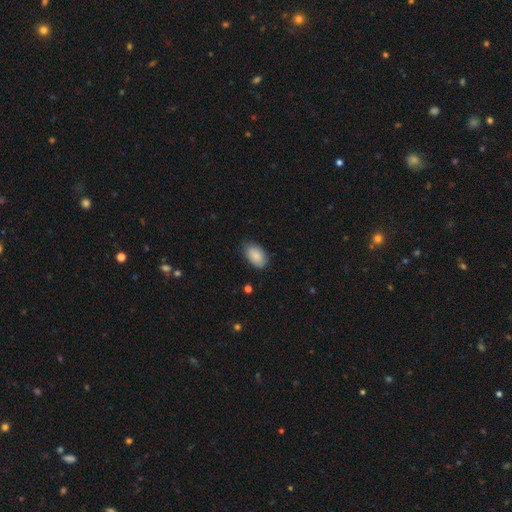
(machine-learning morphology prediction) Smooth or featured?
  - smooth: 87% *
  - featured or disk: 7%
  - star or artifact: 6%
How rounded?
  - in between: 92% *
  - round: 7%
  - cigar-shaped: 1%
Merging?
  - none: 78% *
  - minor disturbance: 18%
  - major disturbance: 3%
  - merger: 1%